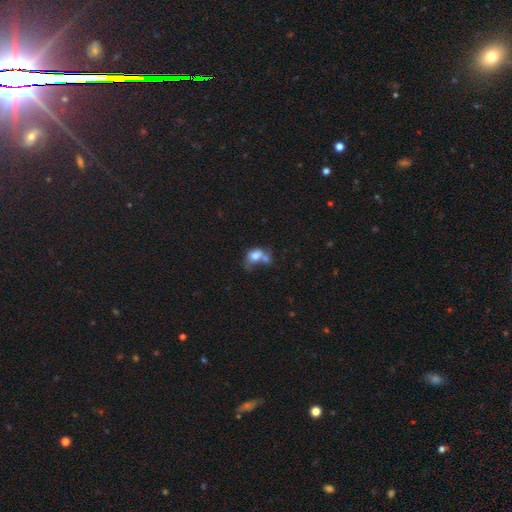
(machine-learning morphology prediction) smooth_or_featured: smooth (p=0.72) [alt: featured or disk p=0.18]
how_rounded: in between (p=0.64) [alt: round p=0.34]
merging: merger (p=0.54) [alt: none p=0.18]